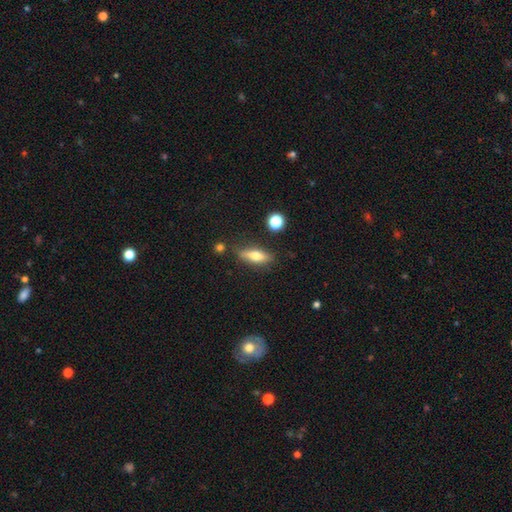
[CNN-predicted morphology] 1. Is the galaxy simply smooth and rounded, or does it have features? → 60% smooth, 32% featured or disk, 8% star or artifact.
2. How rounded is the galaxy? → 51% in between, 45% cigar-shaped, 4% round.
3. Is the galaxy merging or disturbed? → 79% none, 14% minor disturbance, 4% merger, 4% major disturbance.